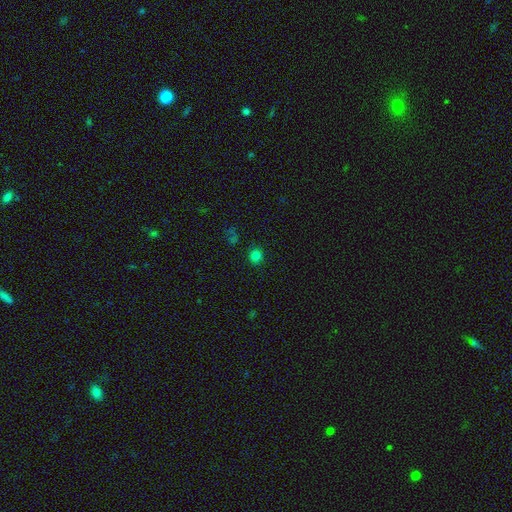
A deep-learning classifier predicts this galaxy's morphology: A smooth galaxy with no disk features (79%) that is round (85%).

Vote fractions:
- Smooth or featured? smooth: 79% / star or artifact: 16% / featured or disk: 4%
- How rounded? round: 85% / in between: 14% / cigar-shaped: 1%
- Merging? none: 89% / minor disturbance: 7% / major disturbance: 2% / merger: 2%